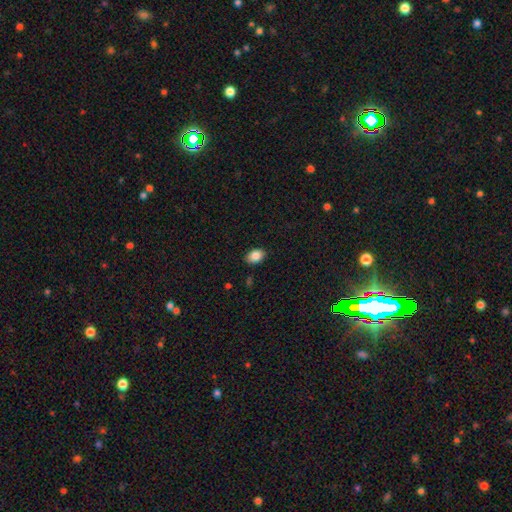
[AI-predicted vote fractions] smooth 85%, star or artifact 8%, featured or disk 7%. Down the decision tree: how rounded — in between (81%); merging — none (88%).